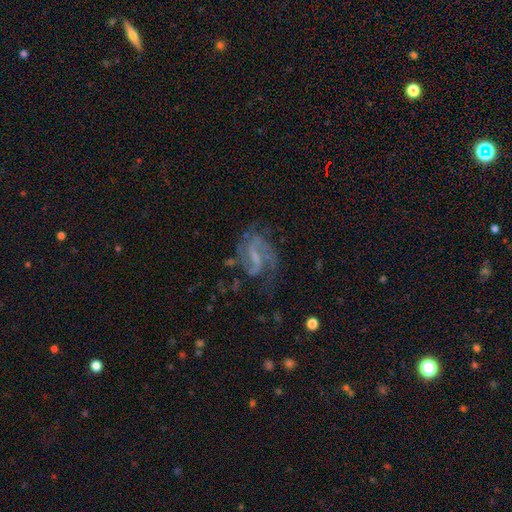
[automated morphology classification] smooth-or-featured: featured or disk: 80% | smooth: 11% | star or artifact: 9%
  disk-edge-on: no: 97% | yes: 3%
    bar: weak: 49% | strong: 33% | no: 18%
    has-spiral-arms: yes: 91% | no: 9%
      spiral-winding: medium: 48% | loose: 33% | tight: 19%
      spiral-arm-count: 2: 63% | can't tell: 14% | 3: 9% | 1: 8% | 4: 3% | more than 4: 3%
    bulge-size: none: 41% | small: 37% | moderate: 18% | large: 3% | dominant: 1%
  merging: none: 53% | major disturbance: 23% | minor disturbance: 20% | merger: 3%